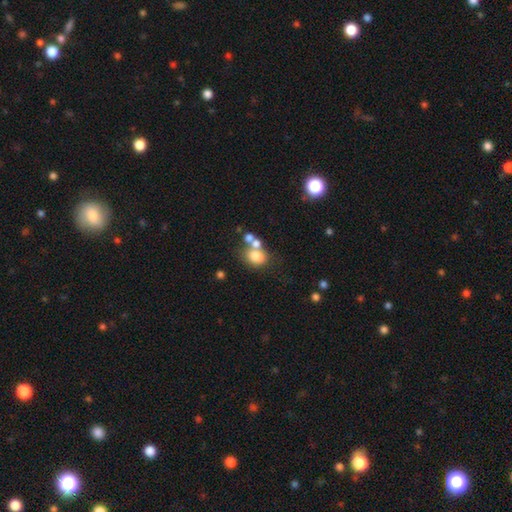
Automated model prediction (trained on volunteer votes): smooth 74%, featured or disk 14%, star or artifact 12%. Down the decision tree: how rounded — in between (53%); merging — none (43%).